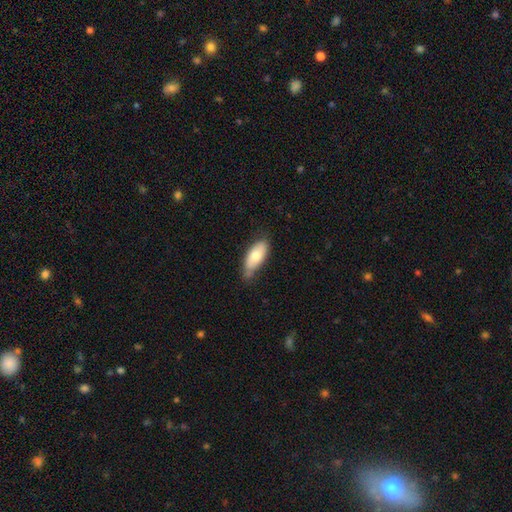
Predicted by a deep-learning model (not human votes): smooth-or-featured: smooth: 73% | featured or disk: 21% | star or artifact: 6%
  how-rounded: in between: 84% | cigar-shaped: 13% | round: 2%
  merging: none: 60% | minor disturbance: 31% | major disturbance: 5% | merger: 4%